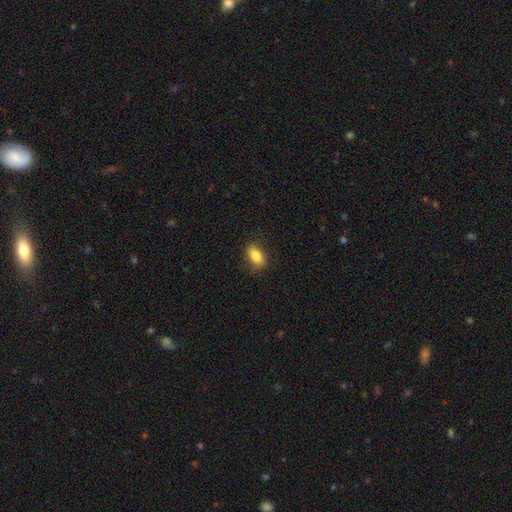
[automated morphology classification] smooth-or-featured: smooth: 85% | star or artifact: 8% | featured or disk: 7%
  how-rounded: in between: 87% | round: 8% | cigar-shaped: 5%
  merging: none: 80% | minor disturbance: 15% | major disturbance: 4% | merger: 1%